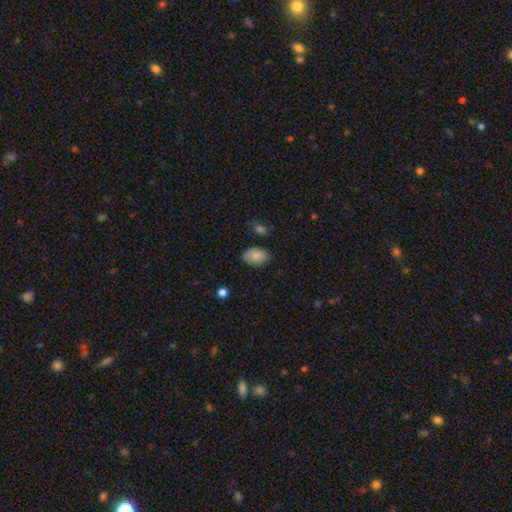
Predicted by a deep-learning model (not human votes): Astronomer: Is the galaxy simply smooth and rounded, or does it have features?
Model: smooth — 86%.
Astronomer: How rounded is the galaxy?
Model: in between — 86%.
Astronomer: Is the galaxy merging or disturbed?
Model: none — 78%.